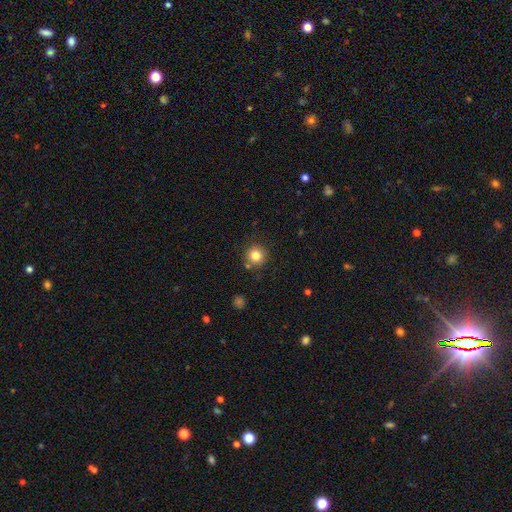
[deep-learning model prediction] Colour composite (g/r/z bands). It shows a smooth galaxy with no disk features (81%) that is round (94%). Merging: none (84%).